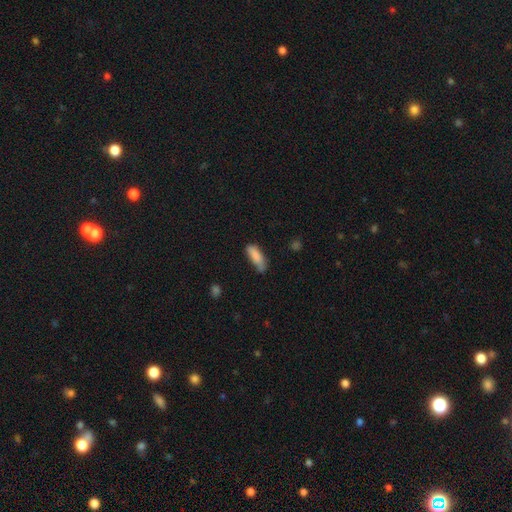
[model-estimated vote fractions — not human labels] Q: Smooth or featured?
A: smooth (86%); runner-up: featured or disk (7%)
Q: How rounded?
A: in between (56%); runner-up: cigar-shaped (42%)
Q: Merging?
A: none (58%); runner-up: minor disturbance (31%)